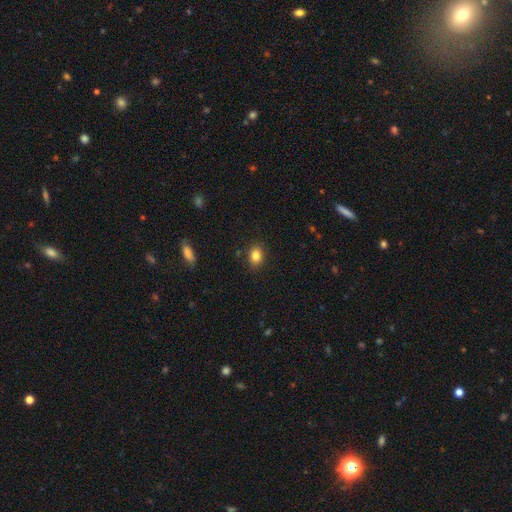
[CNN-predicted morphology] A smooth galaxy with no disk features (84%) that is in between round and cigar-shaped (62%).

Vote fractions:
- Smooth or featured? smooth: 84% / star or artifact: 10% / featured or disk: 6%
- How rounded? in between: 62% / round: 37% / cigar-shaped: 1%
- Merging? none: 87% / minor disturbance: 9% / major disturbance: 2% / merger: 1%